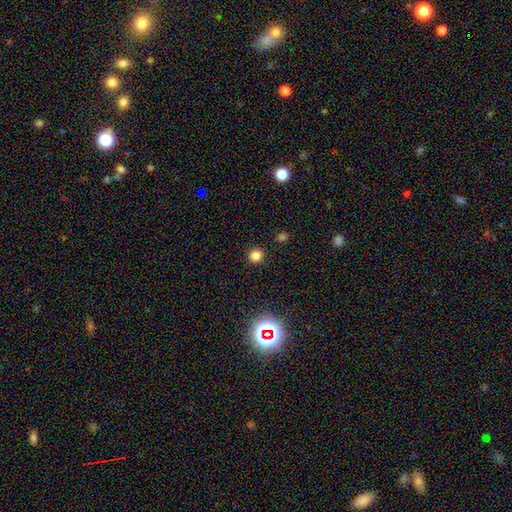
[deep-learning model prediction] Smooth or featured? Predicted: smooth (p=0.79). How rounded? Predicted: round (p=0.90). Merging? Predicted: none (p=0.91).